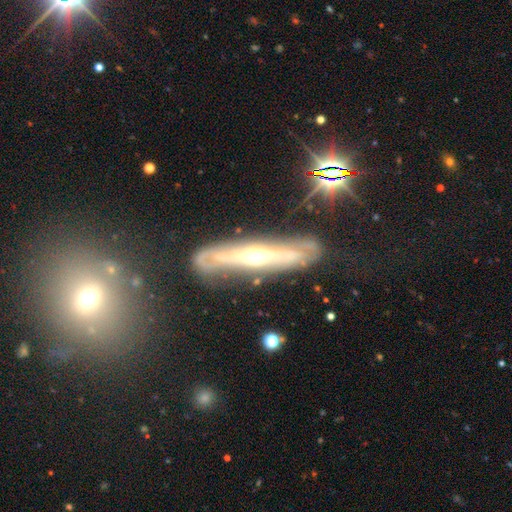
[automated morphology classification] The model was most divided on "edge-on disk": yes: 62%, no: 38%. More confident: smooth or featured — featured or disk (76%); merging — none (69%).